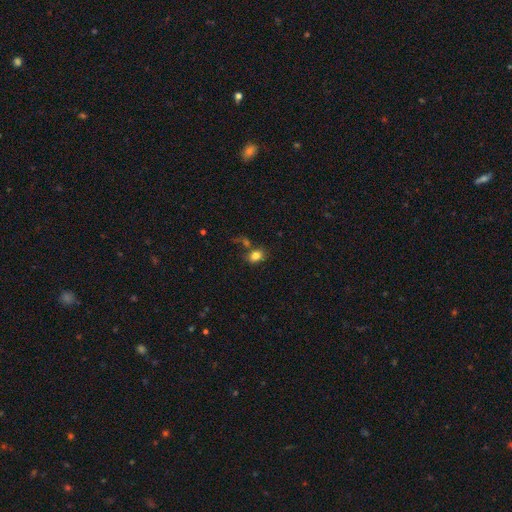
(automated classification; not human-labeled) smooth-or-featured: smooth: 82% | star or artifact: 11% | featured or disk: 7%
  how-rounded: in between: 67% | round: 32% | cigar-shaped: 1%
  merging: none: 64% | minor disturbance: 15% | merger: 14% | major disturbance: 6%